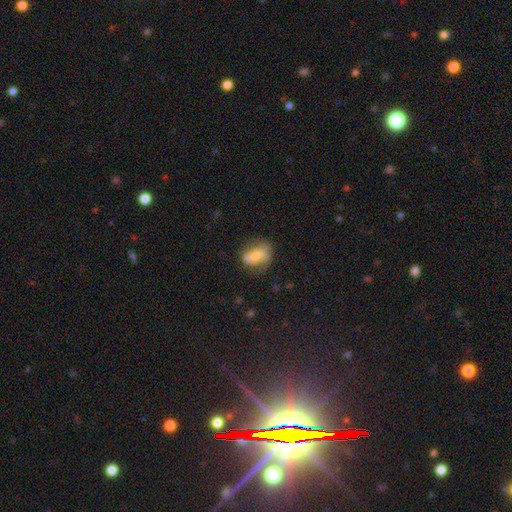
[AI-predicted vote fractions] Smooth or featured: smooth — 48% (featured or disk — 43%)
Merging: none — 41% (minor disturbance — 26%)